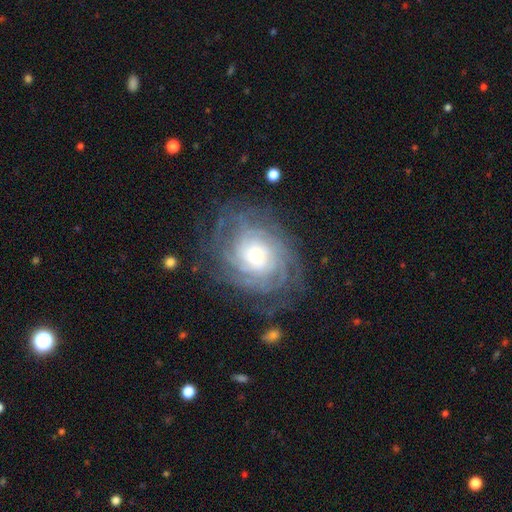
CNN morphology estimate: Smooth or featured?
  - featured or disk: 87% *
  - smooth: 7%
  - star or artifact: 6%
Edge-on disk?
  - no: 97% *
  - yes: 3%
Bar?
  - no: 75% *
  - weak: 19%
  - strong: 5%
Spiral arms?
  - yes: 97% *
  - no: 3%
Spiral winding?
  - tight: 77% *
  - medium: 19%
  - loose: 4%
Spiral arm count?
  - can't tell: 28% *
  - more than 4: 25%
  - 4: 21%
  - 3: 11%
  - 2: 8%
  - 1: 7%
Bulge size?
  - small: 52% *
  - moderate: 38%
  - large: 7%
  - dominant: 1%
  - none: 1%
Merging?
  - none: 76% *
  - minor disturbance: 15%
  - major disturbance: 8%
  - merger: 1%